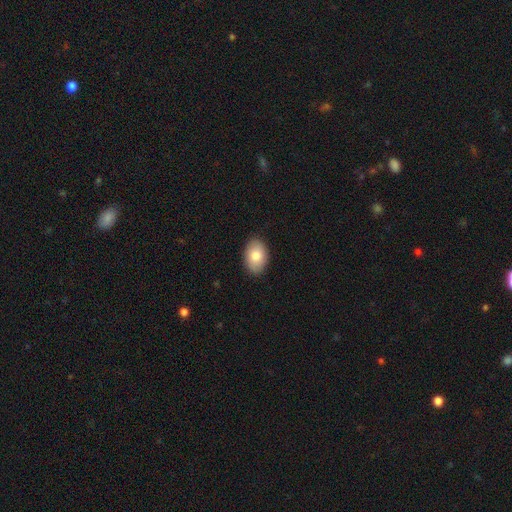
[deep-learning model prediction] A smooth galaxy with no disk features (82%) that is in between round and cigar-shaped (87%). Merging: none (88%).